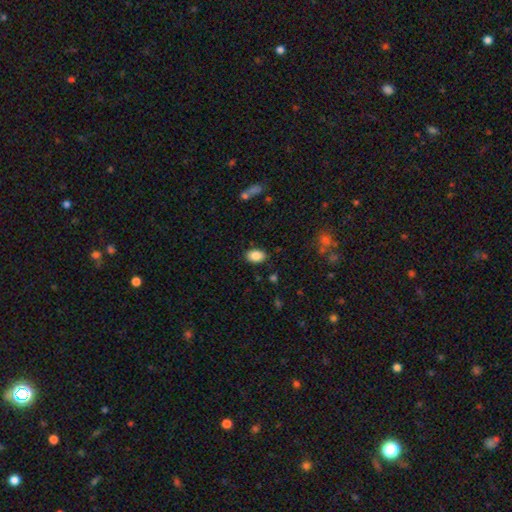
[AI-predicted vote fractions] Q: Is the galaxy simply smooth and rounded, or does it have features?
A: smooth — 88%.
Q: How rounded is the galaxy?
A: in between — 88%.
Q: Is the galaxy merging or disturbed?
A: none — 86%.